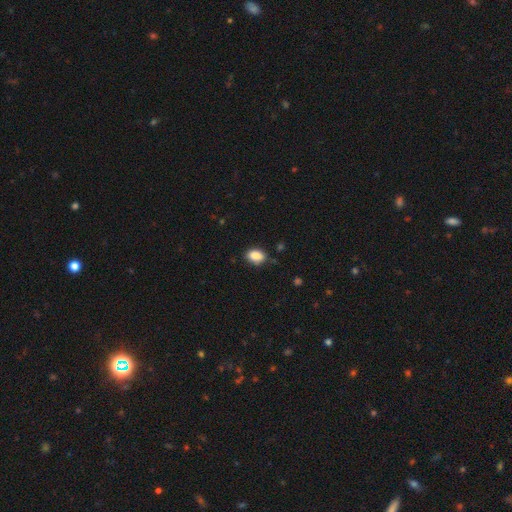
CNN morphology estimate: type=smooth (87%); roundness=in between (83%); merging=none (77%).